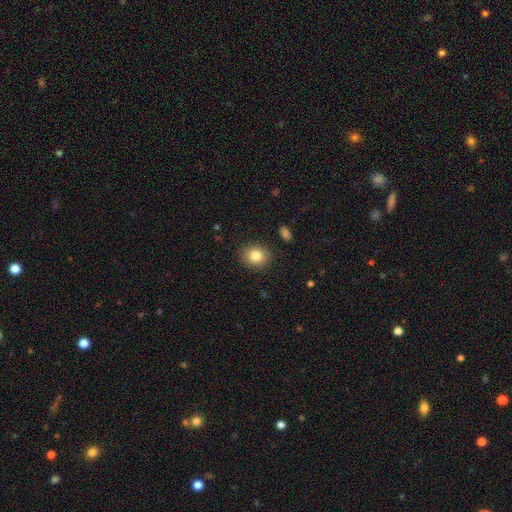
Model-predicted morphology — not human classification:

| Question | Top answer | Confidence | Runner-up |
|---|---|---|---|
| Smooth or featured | smooth | 82% | star or artifact (10%) |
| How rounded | round | 69% | in between (30%) |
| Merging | none | 88% | minor disturbance (8%) |